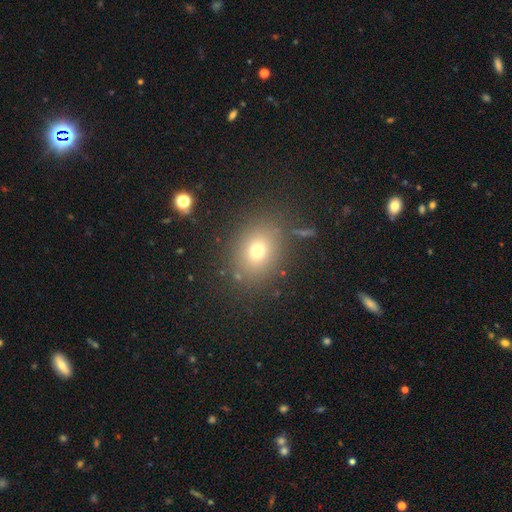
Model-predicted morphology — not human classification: This is likely a smooth galaxy (65%). How rounded: possibly round (52%). Merging: clearly none (87%).